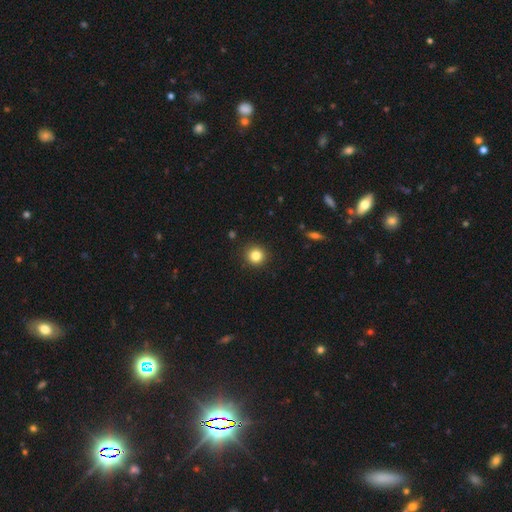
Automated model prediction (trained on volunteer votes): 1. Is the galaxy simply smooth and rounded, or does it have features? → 83% smooth, 11% star or artifact, 5% featured or disk.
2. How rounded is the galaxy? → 93% round, 6% in between, 1% cigar-shaped.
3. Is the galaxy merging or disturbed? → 92% none, 6% minor disturbance, 2% major disturbance, 1% merger.